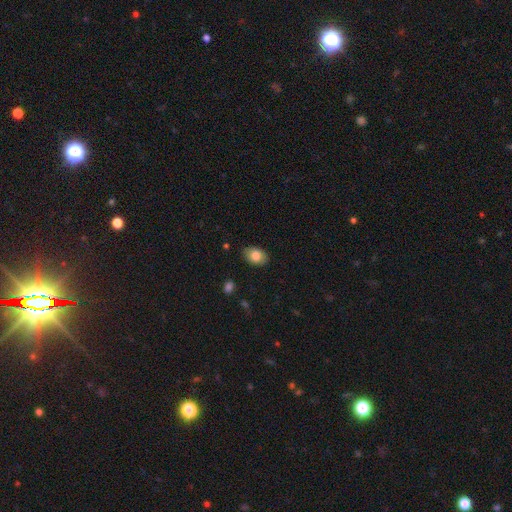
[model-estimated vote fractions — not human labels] smooth 81%, featured or disk 12%, star or artifact 7%. Down the decision tree: how rounded — in between (84%); merging — none (86%).